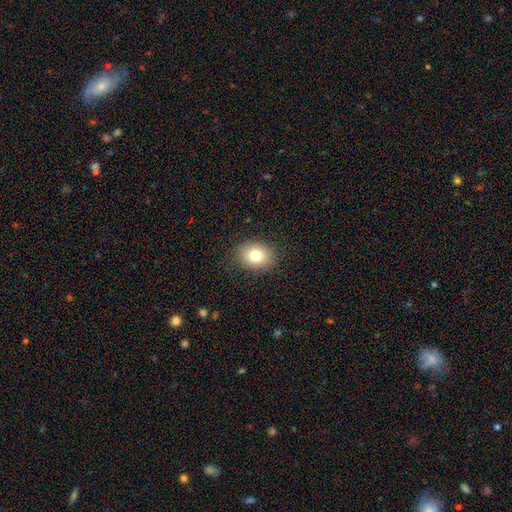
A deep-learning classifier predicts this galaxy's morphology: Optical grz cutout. It shows a smooth galaxy with no disk features (79%) that is in between round and cigar-shaped (65%). Merging: none (86%).